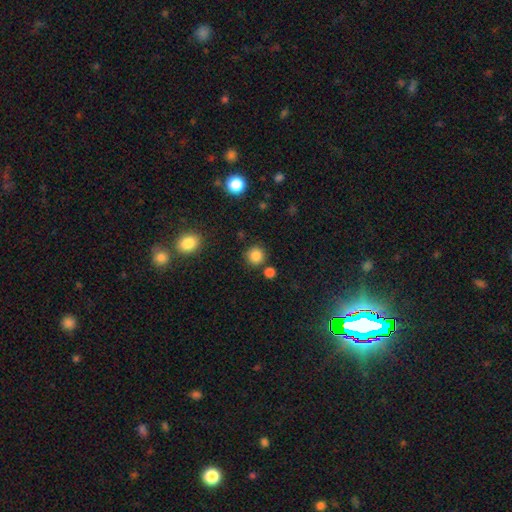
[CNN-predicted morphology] A smooth galaxy with no disk features (85%) that is round (92%).

Vote fractions:
- Smooth or featured? smooth: 85% / star or artifact: 11% / featured or disk: 4%
- How rounded? round: 92% / in between: 7% / cigar-shaped: 1%
- Merging? none: 83% / minor disturbance: 8% / merger: 6% / major disturbance: 3%